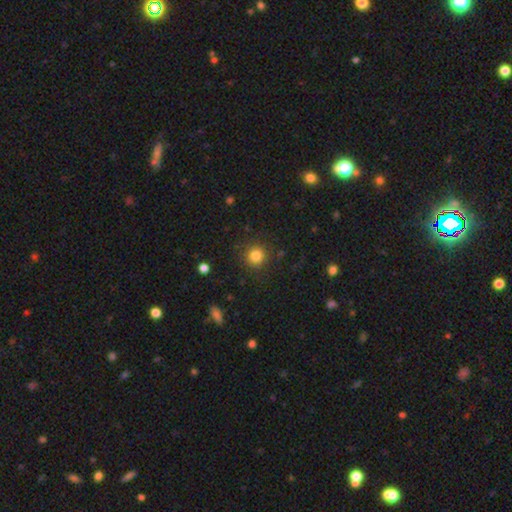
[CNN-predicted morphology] Smooth or featured? Predicted: smooth (p=0.83). How rounded? Predicted: round (p=0.92). Merging? Predicted: none (p=0.87).